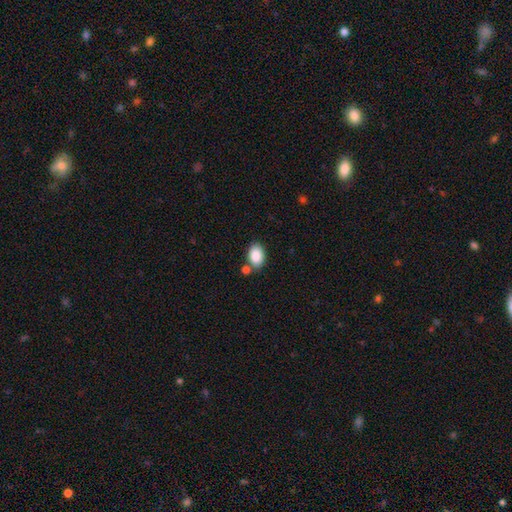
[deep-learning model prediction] smooth-or-featured: smooth: 88% | star or artifact: 7% | featured or disk: 5%
  how-rounded: in between: 88% | round: 11% | cigar-shaped: 1%
  merging: none: 73% | minor disturbance: 12% | merger: 12% | major disturbance: 3%